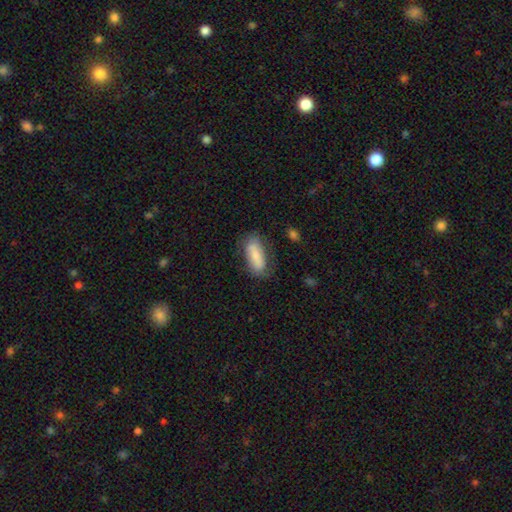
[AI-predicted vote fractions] This is likely a smooth galaxy (77%). How rounded: likely in between (74%). Merging: likely none (71%).